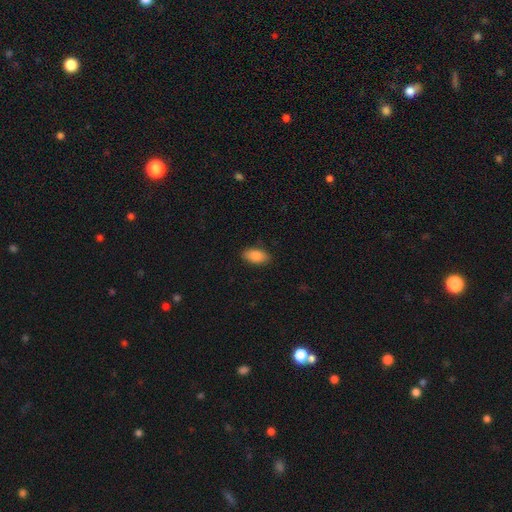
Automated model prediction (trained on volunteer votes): Smooth or featured?
  - smooth: 84% *
  - featured or disk: 9%
  - star or artifact: 7%
How rounded?
  - in between: 92% *
  - cigar-shaped: 4%
  - round: 4%
Merging?
  - none: 87% *
  - minor disturbance: 10%
  - major disturbance: 2%
  - merger: 1%